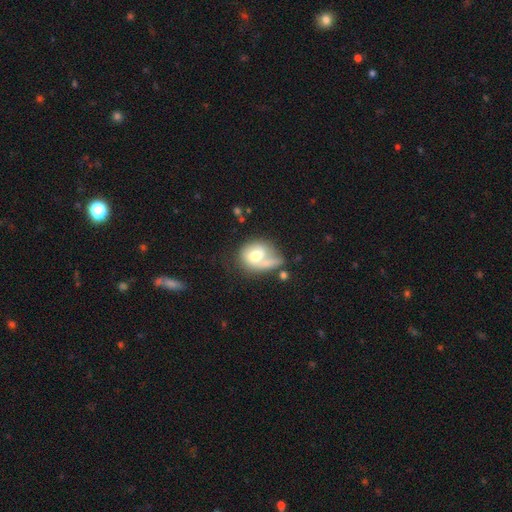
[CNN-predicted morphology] Smooth or featured? smooth (54%)
How rounded? round (51%)
Merging? none (29%)